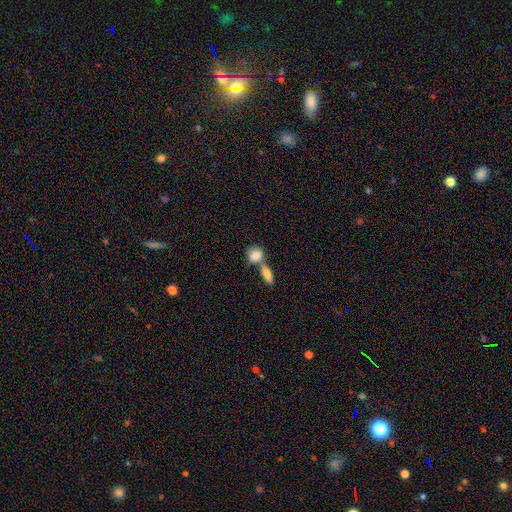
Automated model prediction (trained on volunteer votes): Overall: smooth (84%). How rounded: in between (55%; round 41%). Merging: merger (58%; none 29%).